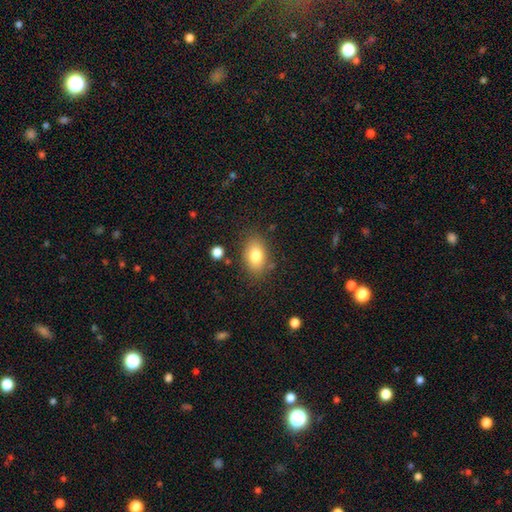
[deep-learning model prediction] Smooth or featured: smooth — 79% (featured or disk — 12%)
How rounded: in between — 85% (round — 13%)
Merging: none — 81% (minor disturbance — 12%)